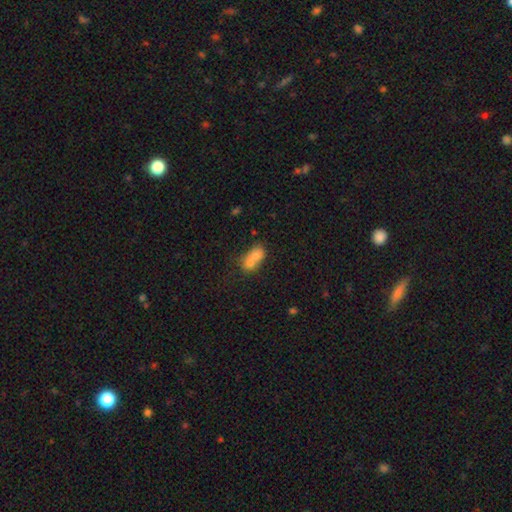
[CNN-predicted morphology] The model was most divided on "how rounded": in between: 61%, round: 35%, cigar-shaped: 4%. More confident: merging — merger (69%); smooth or featured — smooth (67%).